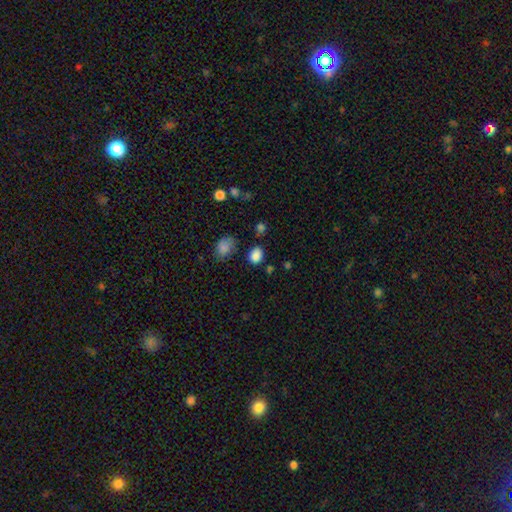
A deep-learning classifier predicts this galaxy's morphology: Smooth or featured: smooth — 84% (star or artifact — 12%)
How rounded: in between — 53% (round — 46%)
Merging: none — 76% (minor disturbance — 16%)